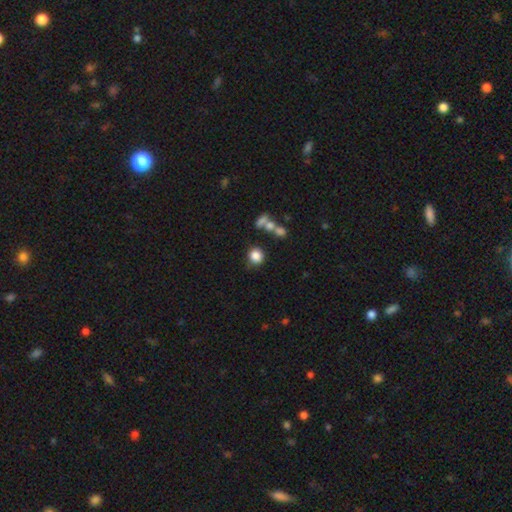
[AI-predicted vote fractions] A smooth galaxy with no disk features (84%) that is round (85%). Merging: none (70%).